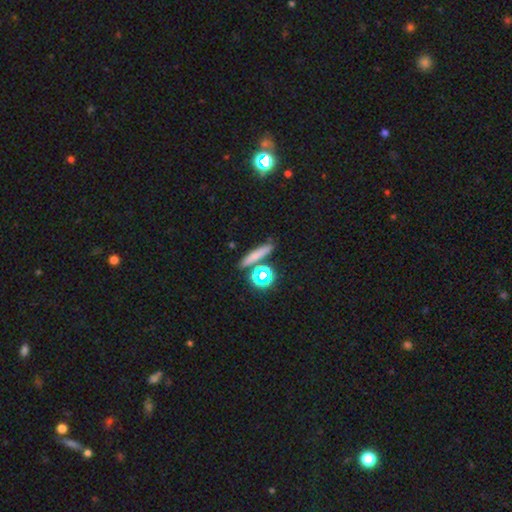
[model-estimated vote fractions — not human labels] smooth-or-featured: smooth: 65% | star or artifact: 19% | featured or disk: 16%
  how-rounded: cigar-shaped: 66% | round: 19% | in between: 15%
  merging: none: 78% | merger: 10% | minor disturbance: 8% | major disturbance: 3%